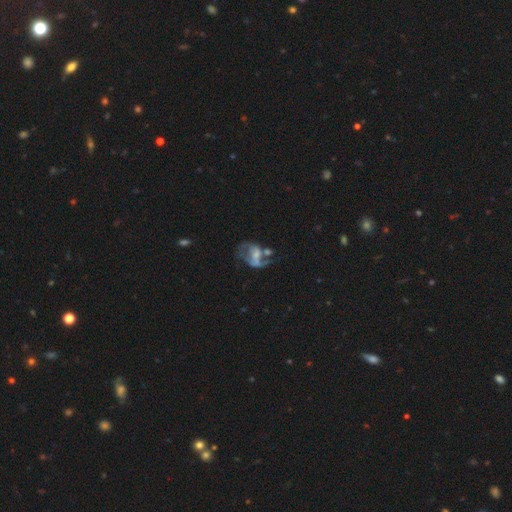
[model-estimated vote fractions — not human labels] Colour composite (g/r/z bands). It shows a featured or disk galaxy (66%) with no bar (51%), spiral arms (62%) and a small central bulge (38%). Merging: major disturbance (34%).